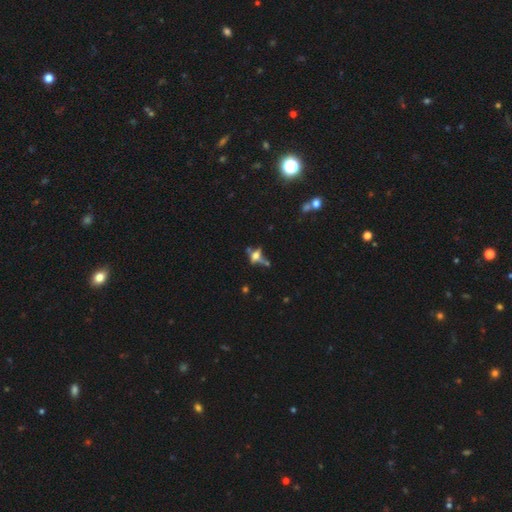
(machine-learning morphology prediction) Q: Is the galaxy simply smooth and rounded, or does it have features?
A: featured or disk — 48%.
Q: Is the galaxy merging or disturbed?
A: none — 42%.